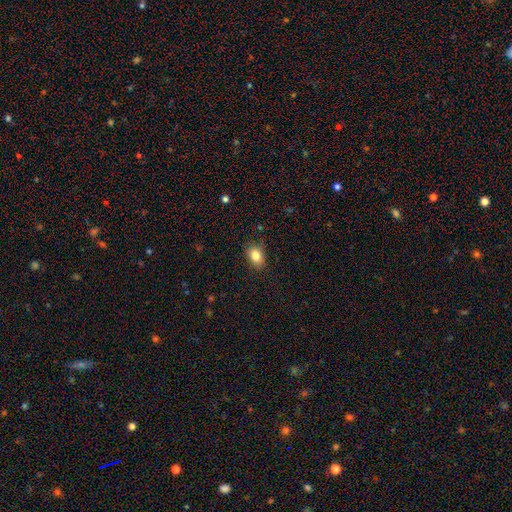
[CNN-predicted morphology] A smooth galaxy with no disk features (83%) that is in between round and cigar-shaped (71%).

Vote fractions:
- Smooth or featured? smooth: 83% / star or artifact: 10% / featured or disk: 7%
- How rounded? in between: 71% / round: 28% / cigar-shaped: 1%
- Merging? none: 82% / minor disturbance: 14% / major disturbance: 3% / merger: 1%